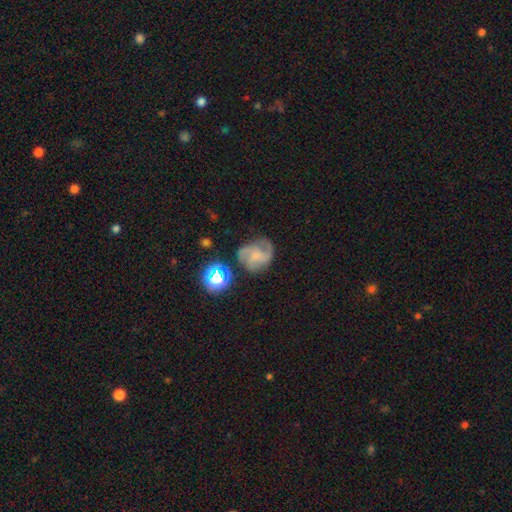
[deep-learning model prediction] smooth_or_featured: featured or disk (p=0.68) [alt: smooth p=0.21]
disk_edge_on: no (p=0.98) [alt: yes p=0.02]
bar: no (p=0.59) [alt: weak p=0.34]
has_spiral_arms: yes (p=0.92) [alt: no p=0.08]
spiral_winding: medium (p=0.50) [alt: tight p=0.27]
spiral_arm_count: 3 (p=0.35) [tied with: 2 p=0.35]
bulge_size: small (p=0.42) [alt: none p=0.36]
merging: none (p=0.61) [alt: minor disturbance p=0.22]